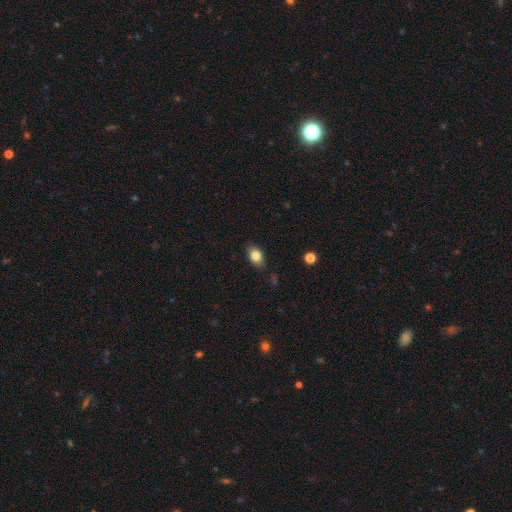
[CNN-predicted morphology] The model was most divided on "how rounded": in between: 78%, round: 20%, cigar-shaped: 2%. More confident: smooth or featured — smooth (82%); merging — none (79%).